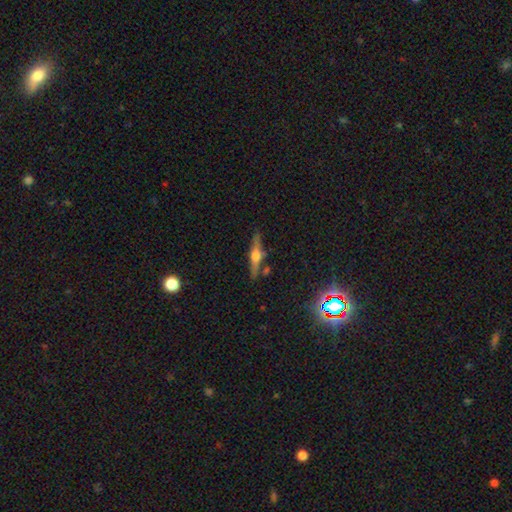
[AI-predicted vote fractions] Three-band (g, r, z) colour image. It shows a featured or disk galaxy (68%) viewed edge-on (96%) with a rounded central bulge (91%). Merging: none (82%).